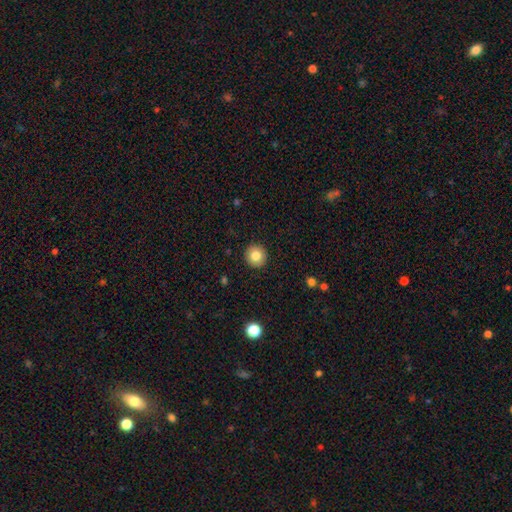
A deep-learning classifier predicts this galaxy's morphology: Smooth or featured? smooth (82%)
How rounded? round (92%)
Merging? none (92%)